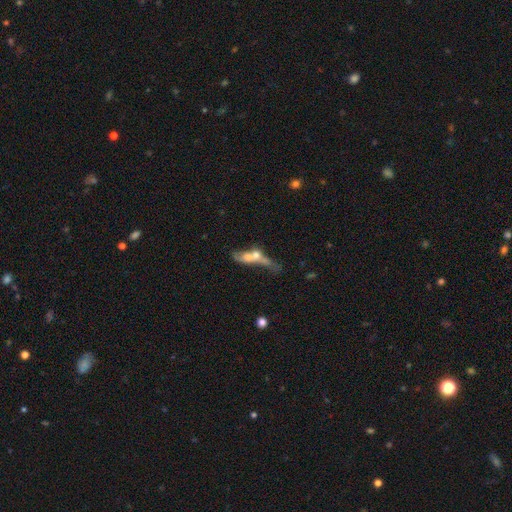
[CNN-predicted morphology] This is marginally a featured or disk galaxy (45%). Merging: likely merger (64%).